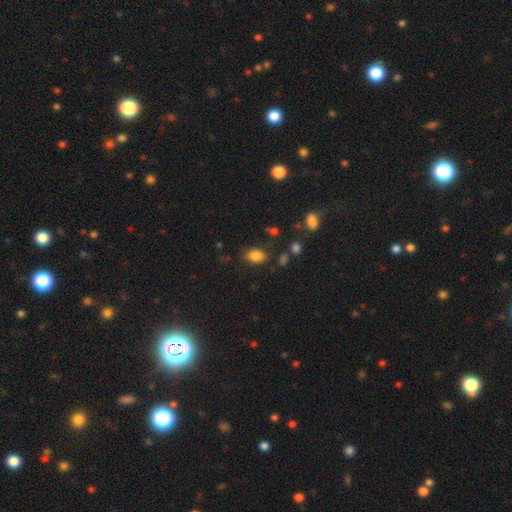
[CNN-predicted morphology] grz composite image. It shows a smooth galaxy with no disk features (84%) that is in between round and cigar-shaped (83%). Merging: none (79%).